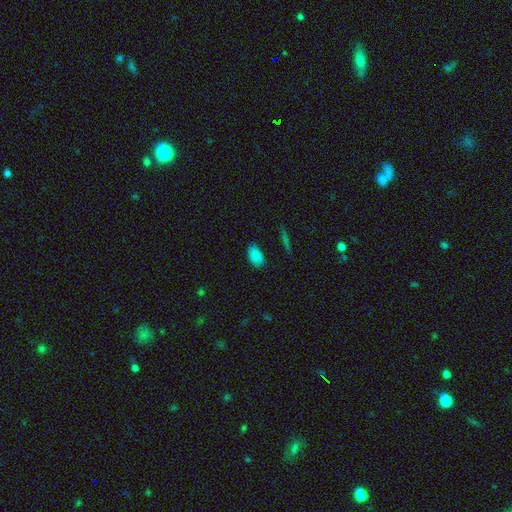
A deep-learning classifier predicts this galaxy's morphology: smooth 84%, star or artifact 11%, featured or disk 5%. Down the decision tree: how rounded — in between (92%); merging — none (80%).